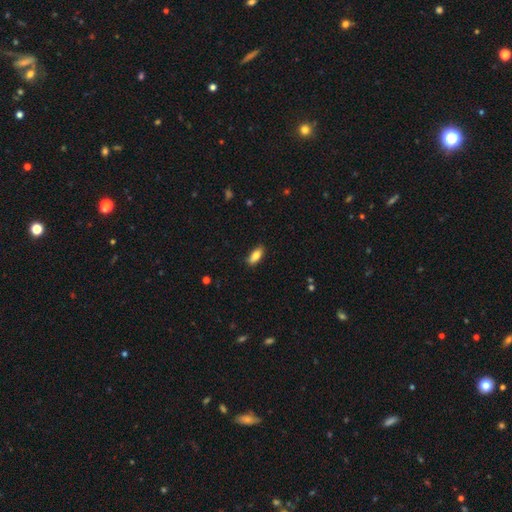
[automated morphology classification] smooth 80%, featured or disk 13%, star or artifact 7%. Down the decision tree: how rounded — in between (82%); merging — none (85%).